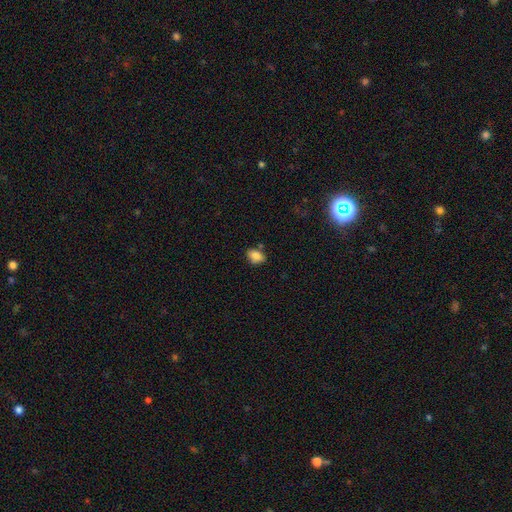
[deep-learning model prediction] smooth-or-featured: smooth: 85% | star or artifact: 9% | featured or disk: 6%
  how-rounded: in between: 80% | round: 18% | cigar-shaped: 2%
  merging: none: 75% | minor disturbance: 15% | merger: 7% | major disturbance: 3%